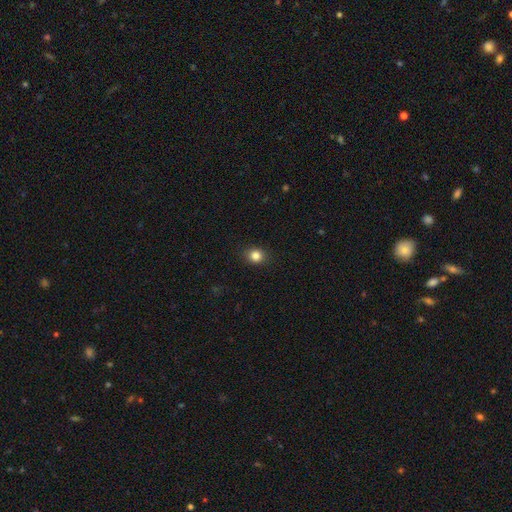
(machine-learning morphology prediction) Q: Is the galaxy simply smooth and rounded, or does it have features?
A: smooth — 83%.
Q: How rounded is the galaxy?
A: round — 71%.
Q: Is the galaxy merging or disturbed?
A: none — 89%.